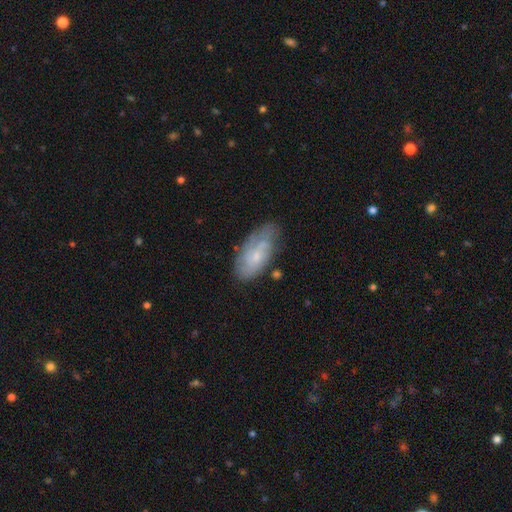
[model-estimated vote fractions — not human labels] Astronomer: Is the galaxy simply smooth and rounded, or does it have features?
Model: featured or disk — 51% (runner-up: smooth, 41%).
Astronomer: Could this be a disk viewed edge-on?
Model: no — 90%.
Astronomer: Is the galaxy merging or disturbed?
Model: none — 65%.